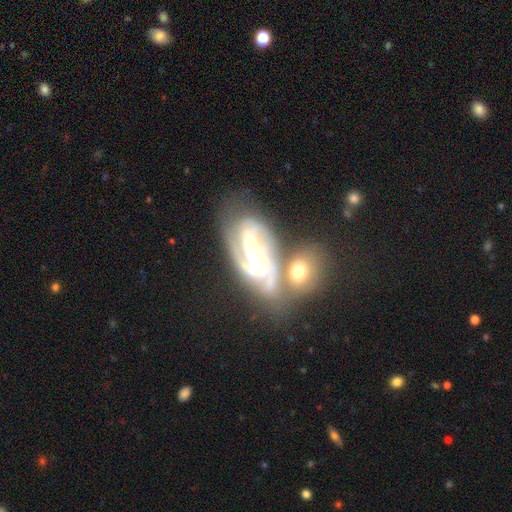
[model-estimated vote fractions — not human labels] This appears to be a featured or disk galaxy (85%) with a weak bar (38%), 2 (43%) tight (49%) spiral arms (96%) and a moderate central bulge (53%). Merging: none (39%).